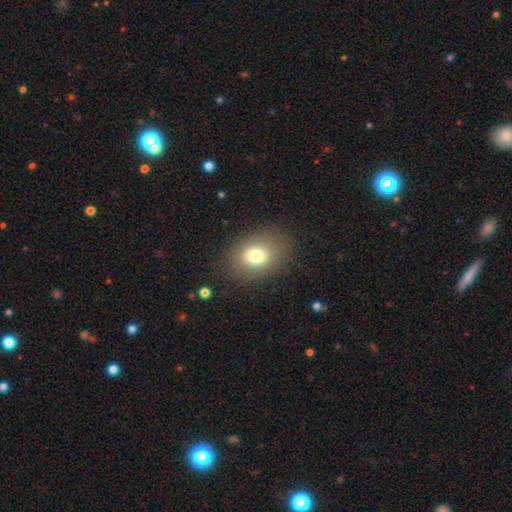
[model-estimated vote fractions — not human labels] Q: Smooth or featured?
A: smooth (74%); runner-up: featured or disk (14%)
Q: How rounded?
A: in between (63%); runner-up: round (36%)
Q: Merging?
A: none (81%); runner-up: minor disturbance (12%)